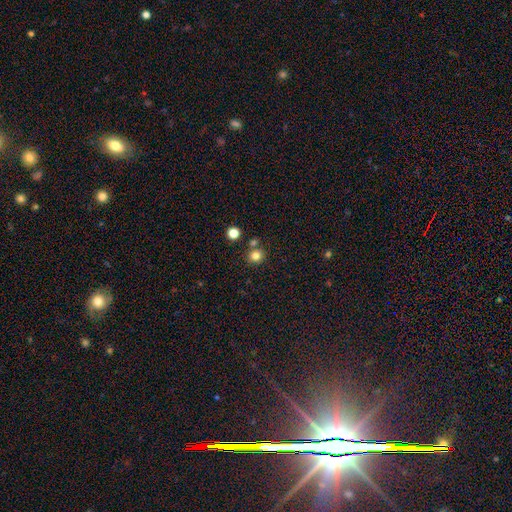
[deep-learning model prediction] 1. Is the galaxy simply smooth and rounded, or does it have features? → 80% smooth, 14% star or artifact, 6% featured or disk.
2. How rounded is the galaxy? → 88% round, 11% in between, 1% cigar-shaped.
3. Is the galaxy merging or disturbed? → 75% none, 14% merger, 8% minor disturbance, 3% major disturbance.